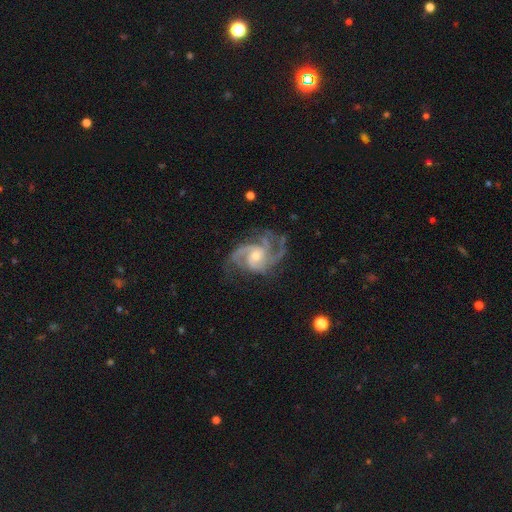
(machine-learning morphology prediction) Smooth or featured? Predicted: featured or disk (p=0.92). Edge-on disk? Predicted: no (p=0.98). Bar? Predicted: no (p=0.59). Spiral arms? Predicted: yes (p=0.98). Spiral winding? Predicted: medium (p=0.55). Spiral arm count? Predicted: 3 (p=0.43). Bulge size? Predicted: small (p=0.51). Merging? Predicted: none (p=0.68).